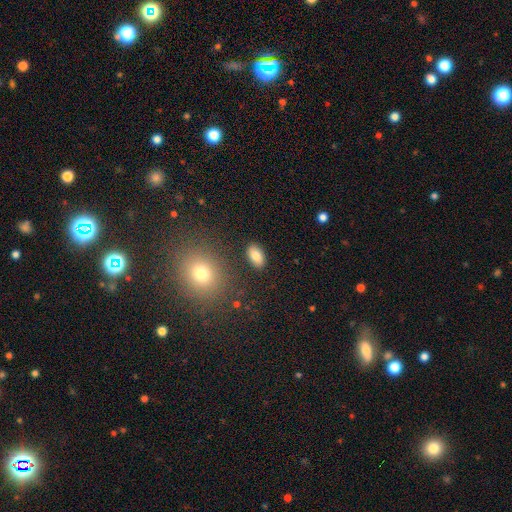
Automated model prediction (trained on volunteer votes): This is clearly a smooth galaxy (82%). How rounded: clearly in between (92%). Merging: clearly none (86%).